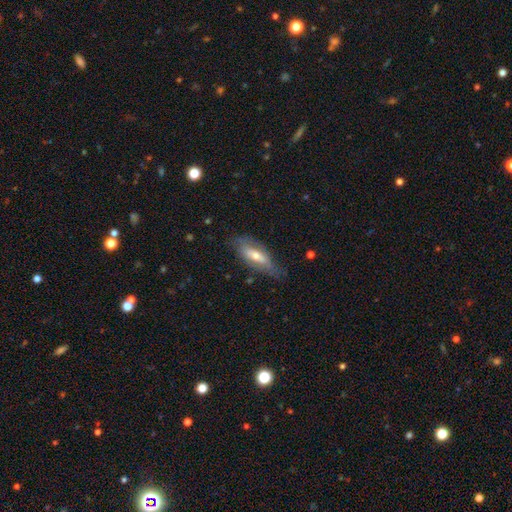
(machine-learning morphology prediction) Q: Smooth or featured?
A: featured or disk (53%); runner-up: smooth (40%)
Q: Edge-on disk?
A: no (60%); runner-up: yes (40%)
Q: Merging?
A: none (65%); runner-up: minor disturbance (24%)